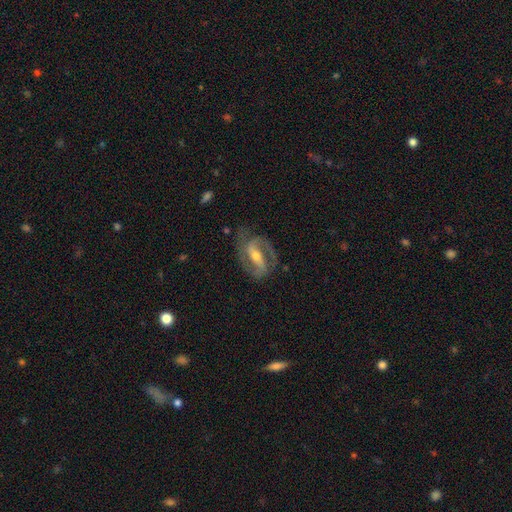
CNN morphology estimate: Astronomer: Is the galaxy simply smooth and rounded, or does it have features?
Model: featured or disk — 89%.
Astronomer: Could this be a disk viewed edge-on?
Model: no — 96%.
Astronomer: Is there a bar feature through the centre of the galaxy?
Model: strong — 56%.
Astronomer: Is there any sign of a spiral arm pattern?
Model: yes — 96%.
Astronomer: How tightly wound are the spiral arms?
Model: medium — 53% (runner-up: tight, 30%).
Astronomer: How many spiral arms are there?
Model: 2 — 90%.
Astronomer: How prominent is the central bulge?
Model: moderate — 51% (runner-up: small, 44%).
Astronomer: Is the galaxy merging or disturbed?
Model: none — 77%.